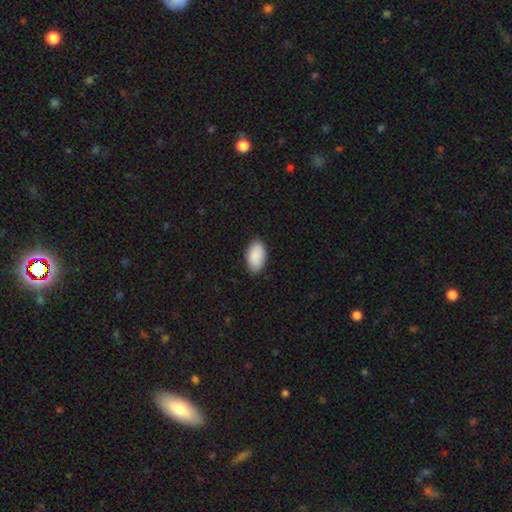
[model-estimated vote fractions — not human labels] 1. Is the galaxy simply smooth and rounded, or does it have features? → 90% smooth, 6% star or artifact, 4% featured or disk.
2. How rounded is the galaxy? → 95% in between, 3% round, 1% cigar-shaped.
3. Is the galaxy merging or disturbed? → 84% none, 13% minor disturbance, 2% major disturbance, 1% merger.